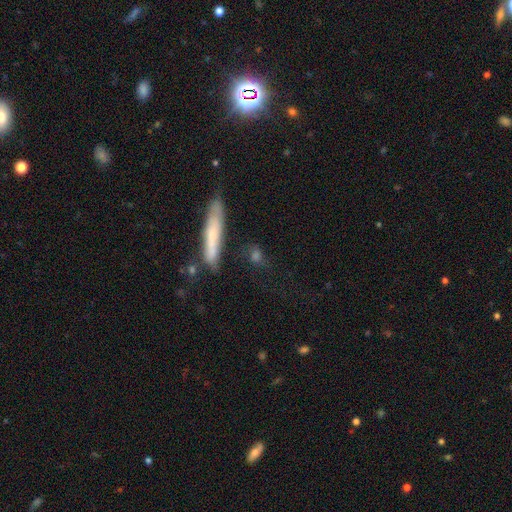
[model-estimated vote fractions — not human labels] A smooth galaxy with no disk features (61%) that is cigar-shaped (66%).

Vote fractions:
- Smooth or featured? smooth: 61% / featured or disk: 25% / star or artifact: 14%
- How rounded? cigar-shaped: 66% / in between: 20% / round: 14%
- Merging? none: 68% / minor disturbance: 18% / major disturbance: 7% / merger: 7%